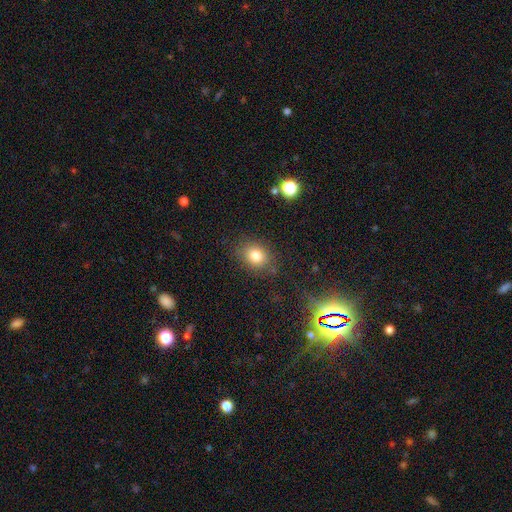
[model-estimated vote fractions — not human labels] Smooth or featured? Predicted: smooth (p=0.80). How rounded? Predicted: in between (p=0.51). Merging? Predicted: none (p=0.81).